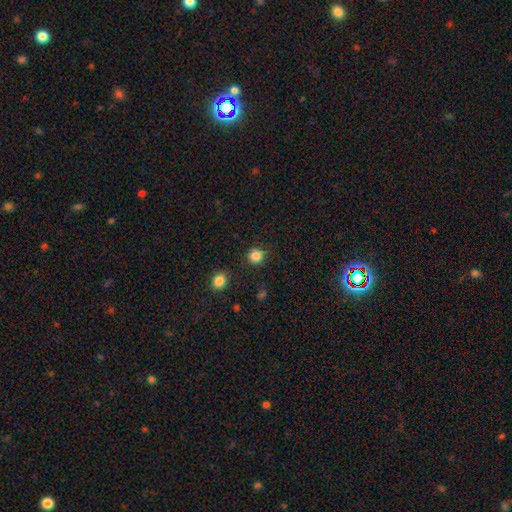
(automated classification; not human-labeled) Smooth or featured? smooth (84%)
How rounded? round (90%)
Merging? none (88%)